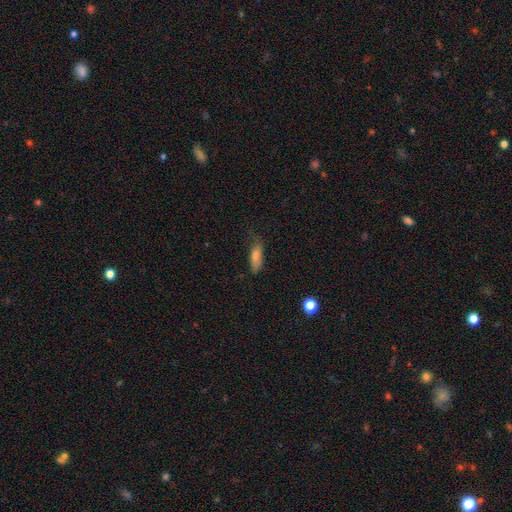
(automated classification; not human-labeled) This is likely a smooth galaxy (70%). How rounded: possibly in between (60%). Merging: possibly none (56%).